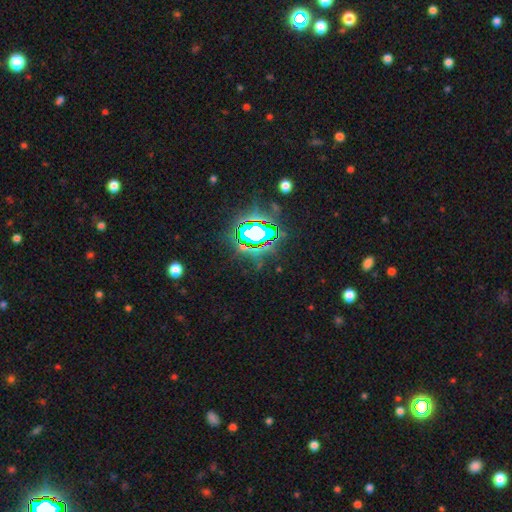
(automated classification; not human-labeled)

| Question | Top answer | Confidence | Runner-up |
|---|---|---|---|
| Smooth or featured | star or artifact | 83% | smooth (10%) |